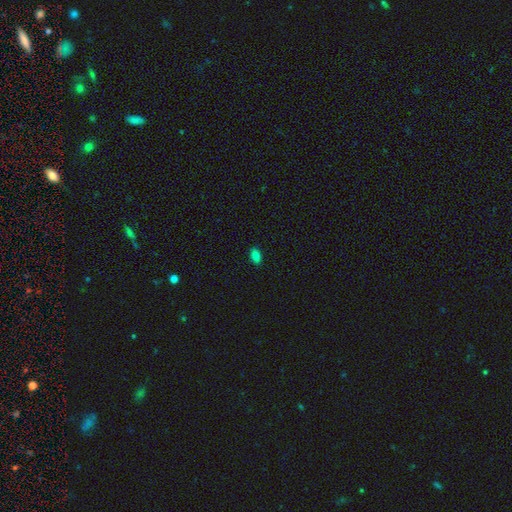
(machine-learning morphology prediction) Smooth or featured? smooth (81%)
How rounded? in between (88%)
Merging? none (88%)